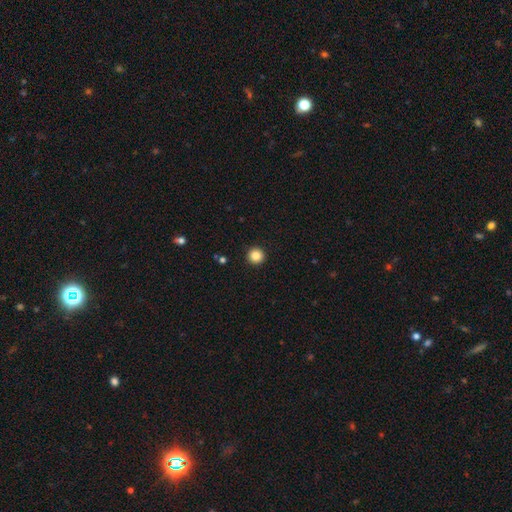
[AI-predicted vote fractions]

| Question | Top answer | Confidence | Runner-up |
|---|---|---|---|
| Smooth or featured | smooth | 84% | star or artifact (11%) |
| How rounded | round | 96% | in between (3%) |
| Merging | none | 94% | minor disturbance (4%) |